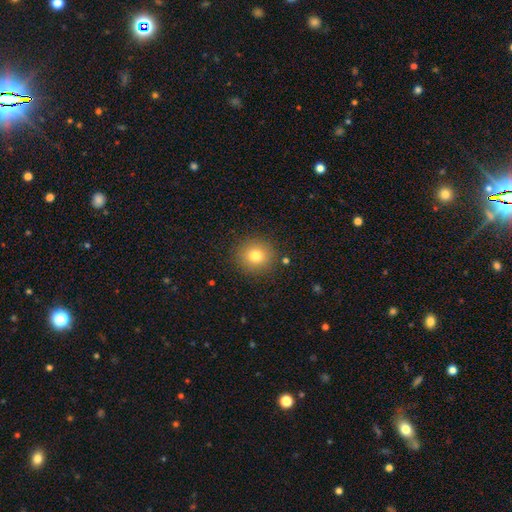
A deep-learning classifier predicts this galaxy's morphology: smooth-or-featured: smooth: 78% | star or artifact: 12% | featured or disk: 9%
  how-rounded: round: 89% | in between: 10% | cigar-shaped: 1%
  merging: none: 88% | minor disturbance: 7% | major disturbance: 3% | merger: 2%